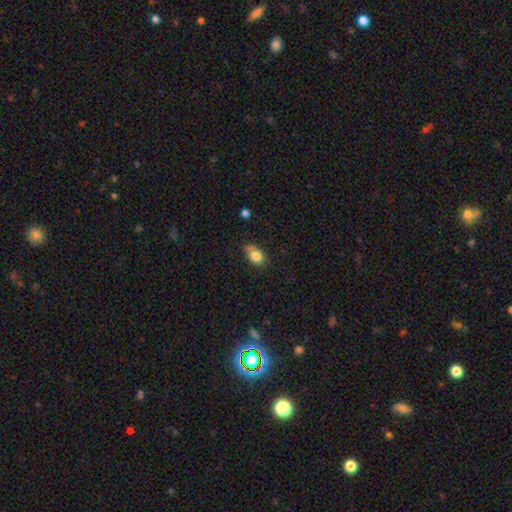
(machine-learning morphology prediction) Overall: smooth (81%). How rounded: in between (84%). Merging: none (57%; minor disturbance 32%).